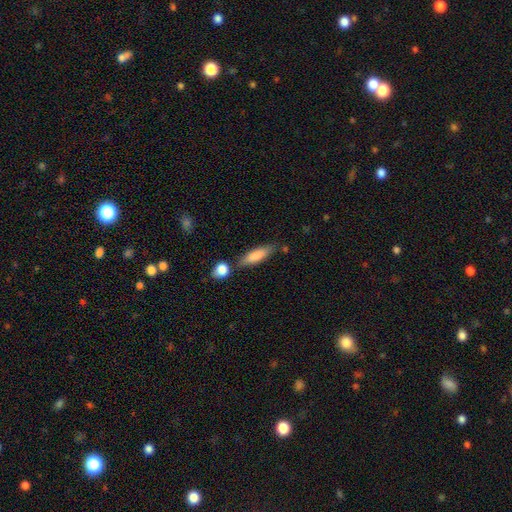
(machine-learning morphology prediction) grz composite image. It shows a smooth galaxy with no disk features (80%) that is cigar-shaped (49%). Merging: none (67%).